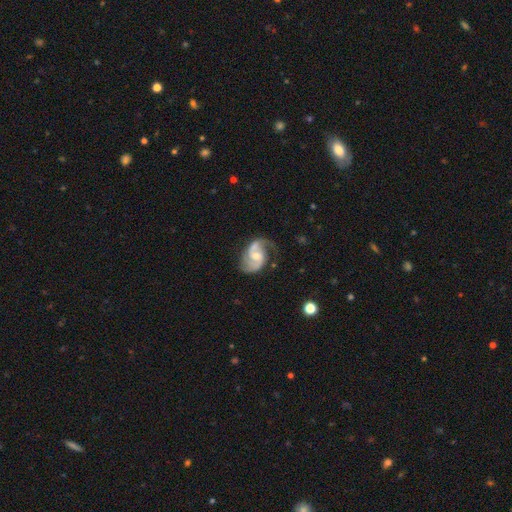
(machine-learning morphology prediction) The model was most divided on "bar": weak: 48%, no: 41%, strong: 11%. More confident: edge-on disk — no (98%); spiral arms — yes (97%); spiral arm count — 2 (89%); smooth or featured — featured or disk (88%); merging — none (64%); spiral winding — medium (53%); bulge size — moderate (51%).